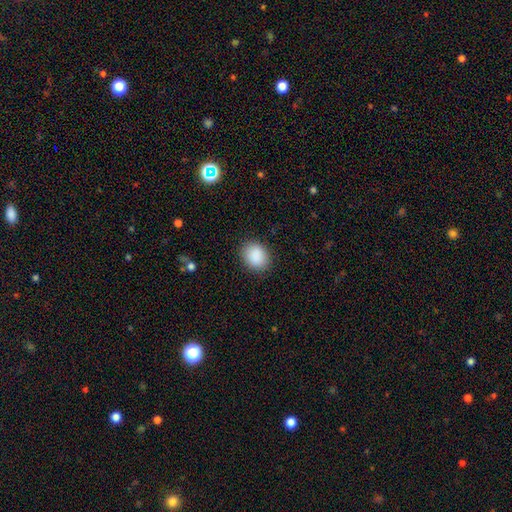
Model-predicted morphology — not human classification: Smooth or featured: smooth — 89% (star or artifact — 7%)
How rounded: round — 50% (in between — 49%)
Merging: none — 87% (minor disturbance — 9%)